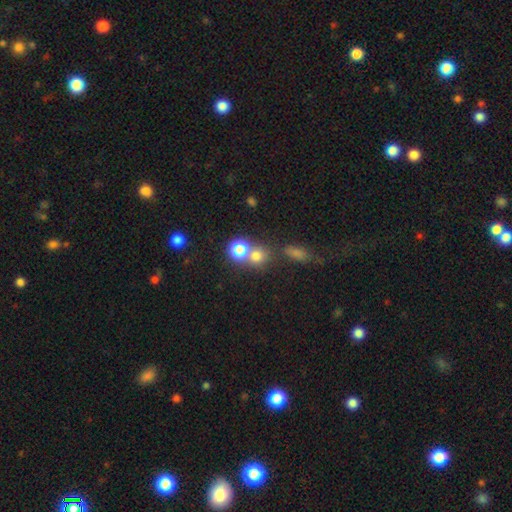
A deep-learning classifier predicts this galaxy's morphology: smooth 69%, star or artifact 21%, featured or disk 11%. Down the decision tree: how rounded — round (81%); merging — none (50%).